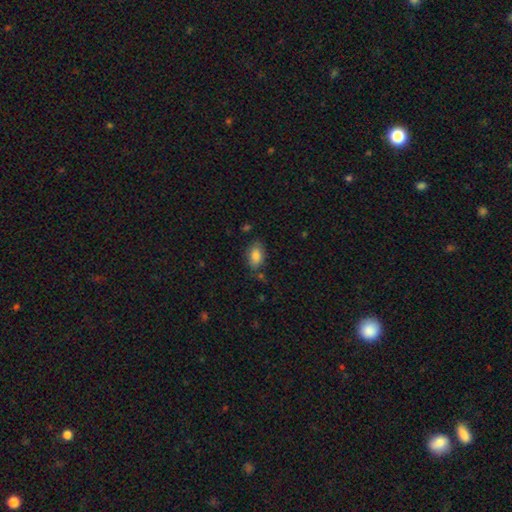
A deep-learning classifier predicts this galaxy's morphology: type=smooth (84%); roundness=in between (89%); merging=none (74%).